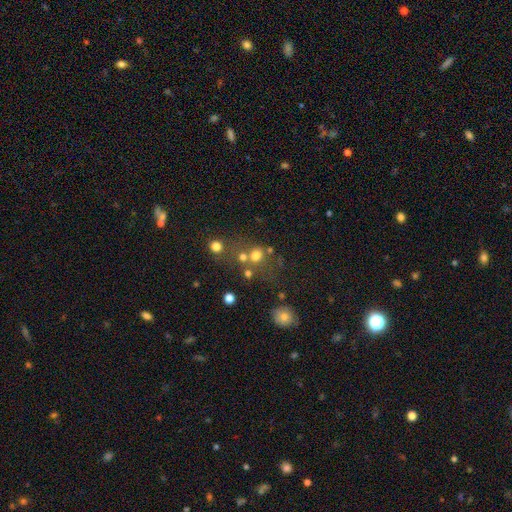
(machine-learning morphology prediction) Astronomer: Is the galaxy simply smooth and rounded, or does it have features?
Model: smooth — 69%.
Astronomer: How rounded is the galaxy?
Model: round — 80%.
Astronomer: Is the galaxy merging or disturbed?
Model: none — 52% (runner-up: merger, 30%).